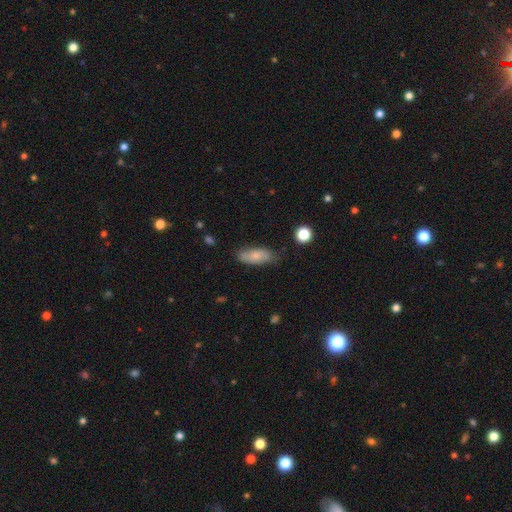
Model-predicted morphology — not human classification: This is likely a smooth galaxy (74%). How rounded: clearly in between (81%). Merging: likely none (73%).